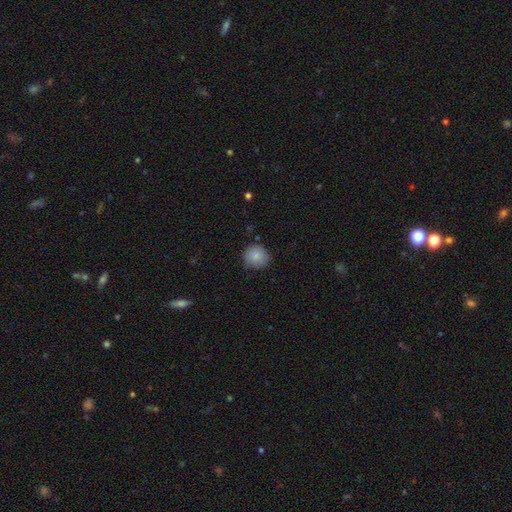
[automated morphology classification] smooth_or_featured: smooth (p=0.84) [alt: featured or disk p=0.08]
how_rounded: round (p=0.87) [alt: in between p=0.12]
merging: none (p=0.73) [alt: minor disturbance p=0.22]